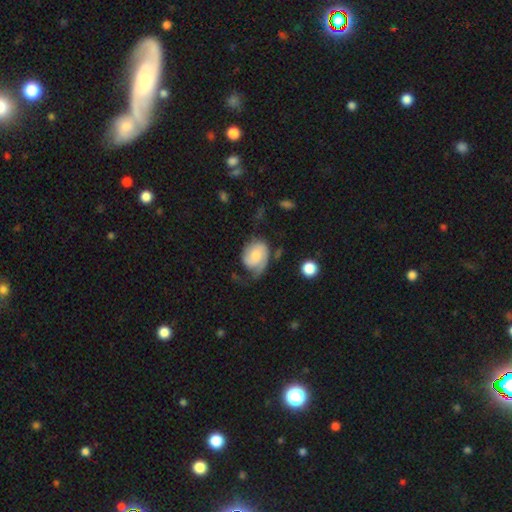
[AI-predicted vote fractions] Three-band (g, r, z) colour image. It shows a featured or disk galaxy (55%) with no bar (64%), spiral arms (85%) and a moderate central bulge (52%). Merging: none (39%).